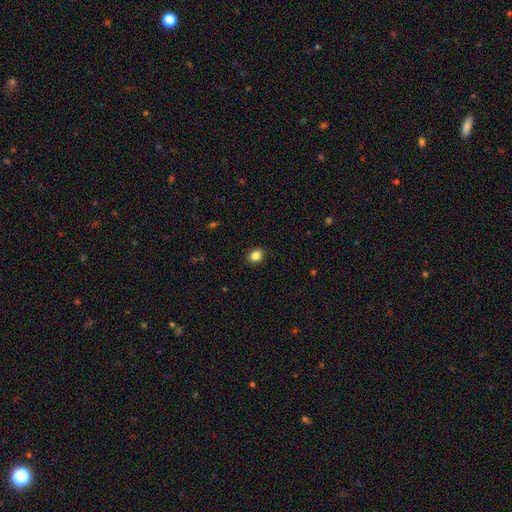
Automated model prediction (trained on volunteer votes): Smooth or featured: smooth — 86% (star or artifact — 10%)
How rounded: in between — 65% (round — 34%)
Merging: none — 89% (minor disturbance — 8%)